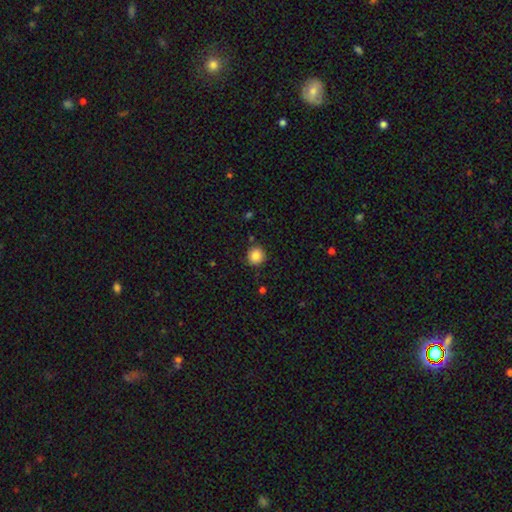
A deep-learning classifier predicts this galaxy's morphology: Smooth or featured? Predicted: smooth (p=0.85). How rounded? Predicted: round (p=0.93). Merging? Predicted: none (p=0.87).